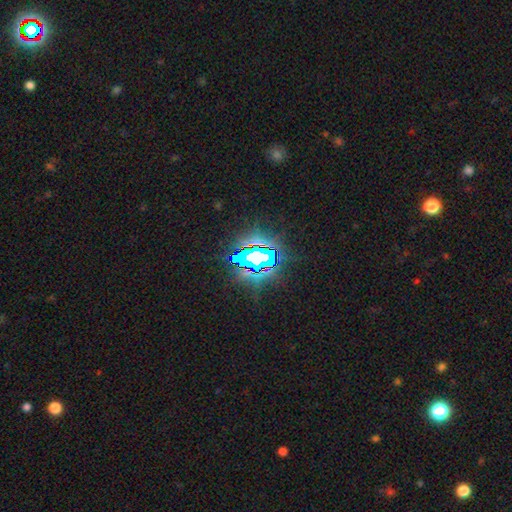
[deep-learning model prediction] smooth-or-featured: star or artifact: 72% | smooth: 15% | featured or disk: 13%